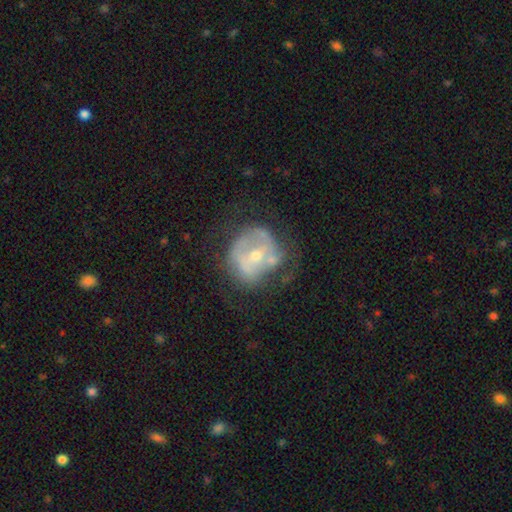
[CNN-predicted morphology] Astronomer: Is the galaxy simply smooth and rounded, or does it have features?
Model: featured or disk — 65%.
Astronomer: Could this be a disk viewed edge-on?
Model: no — 97%.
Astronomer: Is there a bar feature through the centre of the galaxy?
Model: no — 54% (runner-up: weak, 31%).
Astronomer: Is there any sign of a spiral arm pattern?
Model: no — 56% (runner-up: yes, 44%).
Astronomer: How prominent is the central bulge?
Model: small — 51% (runner-up: moderate, 44%).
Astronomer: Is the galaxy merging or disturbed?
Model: none — 43% (runner-up: minor disturbance, 26%).